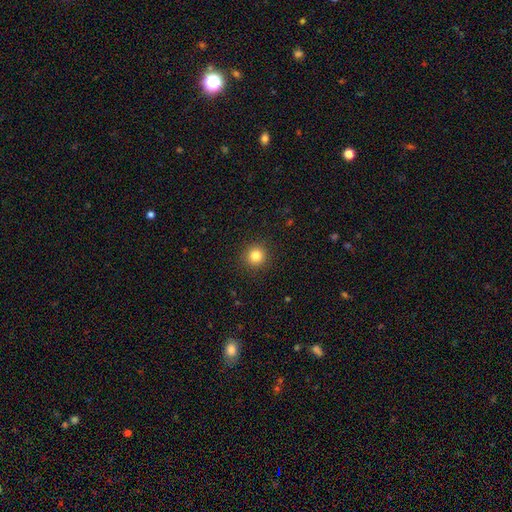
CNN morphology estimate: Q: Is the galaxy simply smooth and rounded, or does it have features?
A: smooth — 83%.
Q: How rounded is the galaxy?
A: round — 93%.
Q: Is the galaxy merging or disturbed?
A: none — 91%.